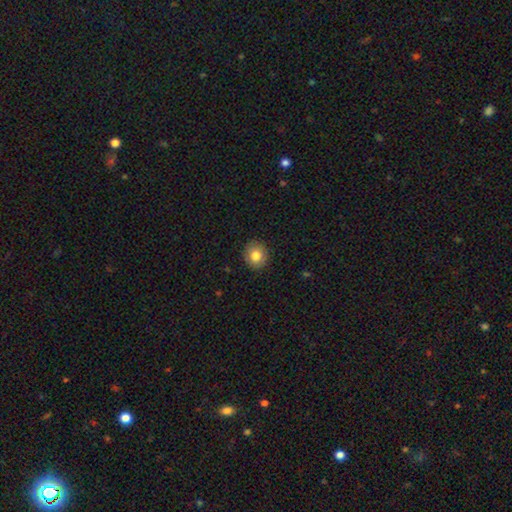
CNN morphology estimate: Smooth or featured: smooth — 81% (featured or disk — 11%)
How rounded: round — 79% (in between — 20%)
Merging: none — 90% (minor disturbance — 8%)